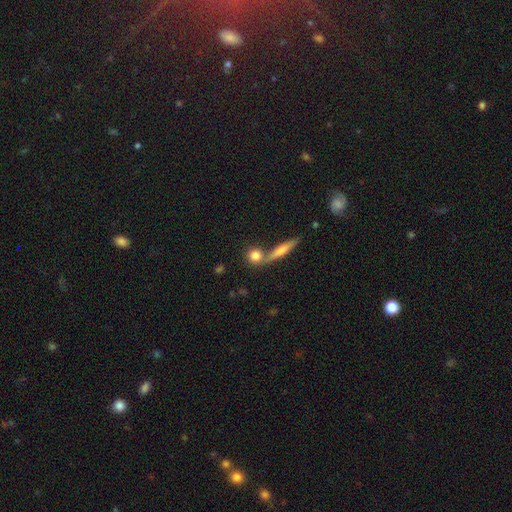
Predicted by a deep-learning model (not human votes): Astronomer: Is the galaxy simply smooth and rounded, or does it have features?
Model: smooth — 78%.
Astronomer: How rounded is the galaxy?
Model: round — 77%.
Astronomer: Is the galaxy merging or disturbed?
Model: none — 63%.